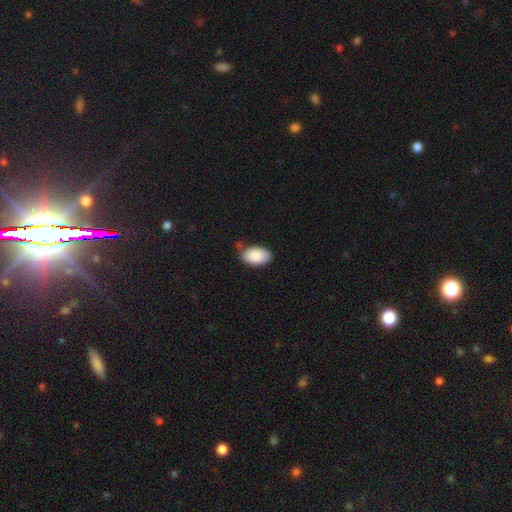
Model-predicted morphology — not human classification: Smooth or featured? smooth (88%)
How rounded? in between (94%)
Merging? none (74%)